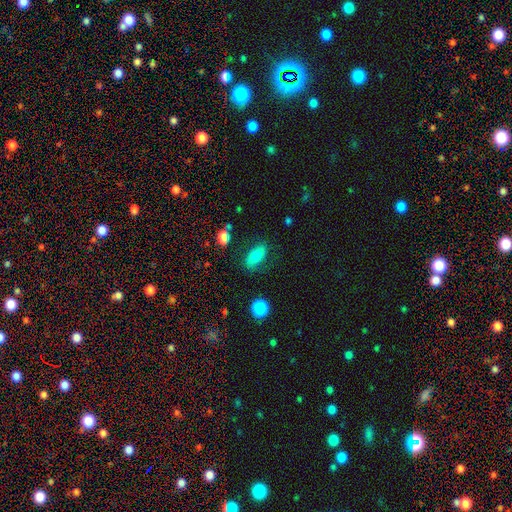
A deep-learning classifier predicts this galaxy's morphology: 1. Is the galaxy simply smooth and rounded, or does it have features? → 71% smooth, 20% featured or disk, 10% star or artifact.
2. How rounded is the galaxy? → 82% in between, 12% cigar-shaped, 5% round.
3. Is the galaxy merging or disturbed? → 76% none, 16% minor disturbance, 6% major disturbance, 2% merger.